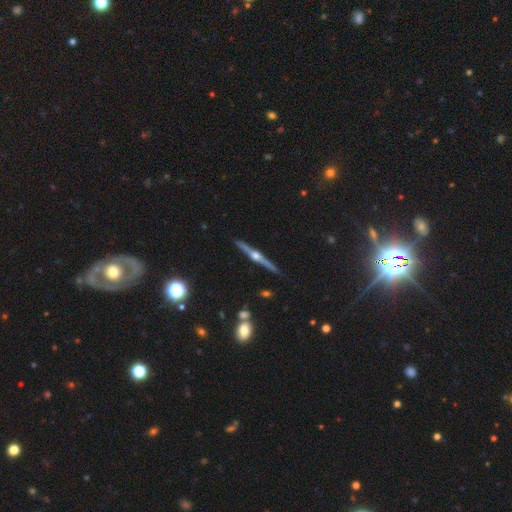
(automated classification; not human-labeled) This is clearly a featured or disk galaxy (85%). It is clearly viewed edge-on (98%). Edge-on bulge: clearly rounded (95%). Merging: clearly none (91%).